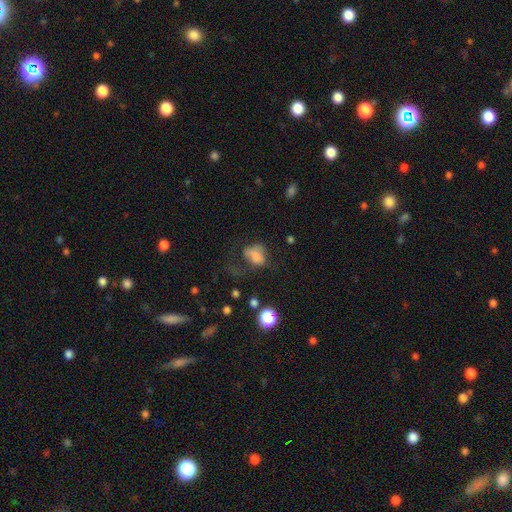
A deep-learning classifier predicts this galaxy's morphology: This is likely a smooth galaxy (69%). How rounded: likely in between (67%). Merging: marginally major disturbance (44%).